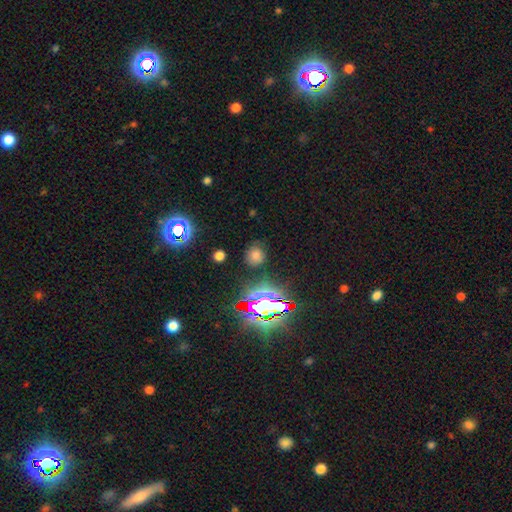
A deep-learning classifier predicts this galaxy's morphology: This is likely a smooth galaxy (62%). How rounded: clearly round (82%). Merging: clearly none (81%).